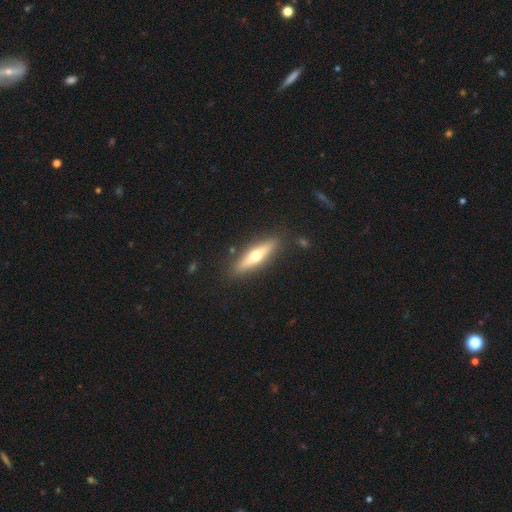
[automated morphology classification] Smooth or featured: featured or disk — 51% (smooth — 43%)
Edge-on disk: yes — 88% (no — 12%)
Merging: none — 87% (minor disturbance — 9%)